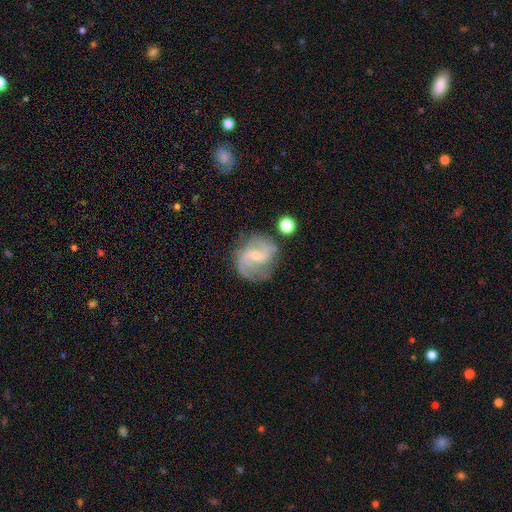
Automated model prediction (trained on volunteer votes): The model was most divided on "spiral winding": medium: 52%, loose: 31%, tight: 17%. More confident: edge-on disk — no (98%); spiral arms — yes (96%); smooth or featured — featured or disk (86%); spiral arm count — 2 (82%); merging — none (71%); bulge size — small (60%); bar — weak (59%).